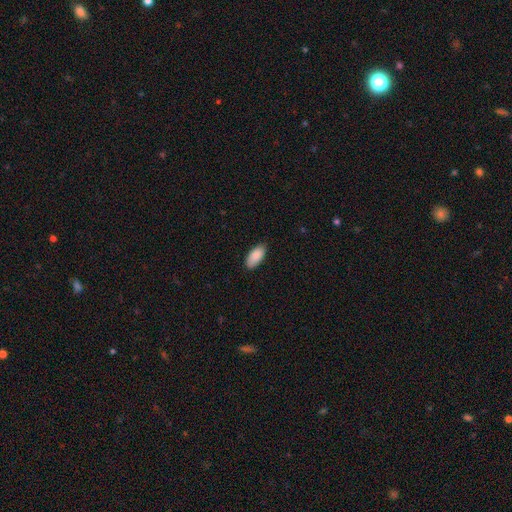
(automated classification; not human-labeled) This is clearly a smooth galaxy (89%). How rounded: clearly in between (92%). Merging: clearly none (84%).